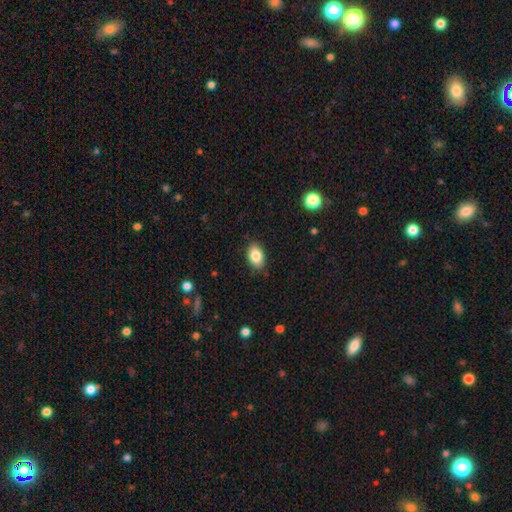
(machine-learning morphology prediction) This appears to be a smooth galaxy with no disk features (85%) that is in between round and cigar-shaped (88%). Merging: none (86%).